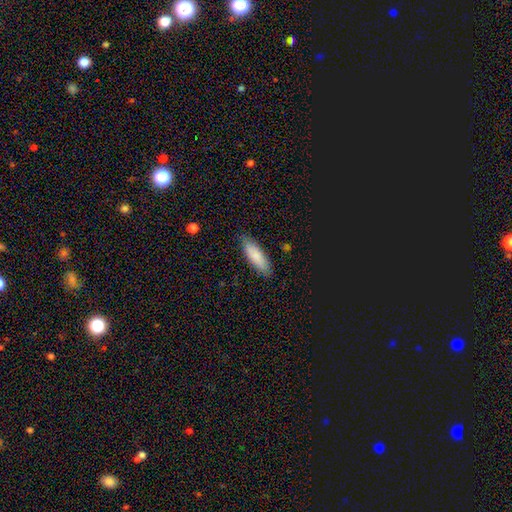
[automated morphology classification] smooth_or_featured: smooth (p=0.84) [alt: featured or disk p=0.10]
how_rounded: in between (p=0.52) [alt: cigar-shaped p=0.47]
merging: none (p=0.85) [alt: minor disturbance p=0.12]